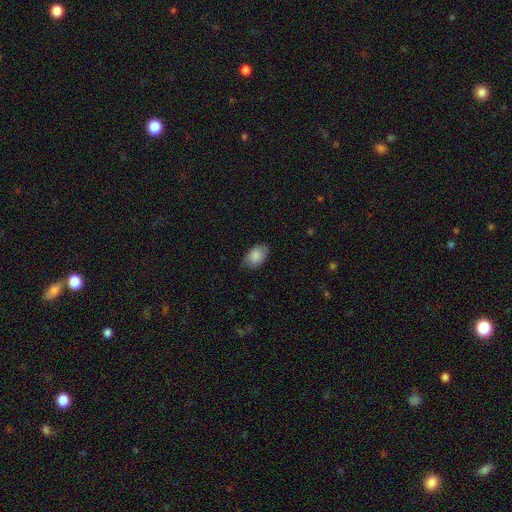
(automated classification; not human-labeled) A smooth galaxy with no disk features (86%) that is in between round and cigar-shaped (89%).

Vote fractions:
- Smooth or featured? smooth: 86% / featured or disk: 7% / star or artifact: 7%
- How rounded? in between: 89% / round: 9% / cigar-shaped: 1%
- Merging? none: 77% / minor disturbance: 19% / major disturbance: 4% / merger: 1%